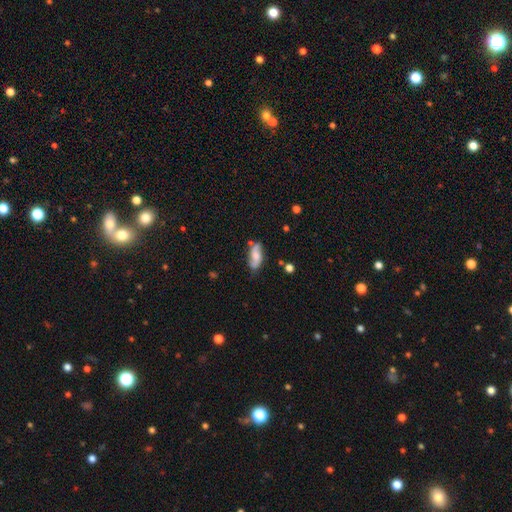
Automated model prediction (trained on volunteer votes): Morphology: type=featured or disk (57%); edge-on=no (90%); bar=no (56%); spiral arms=yes (90%); bulge=moderate (34%); merging=none (70%).